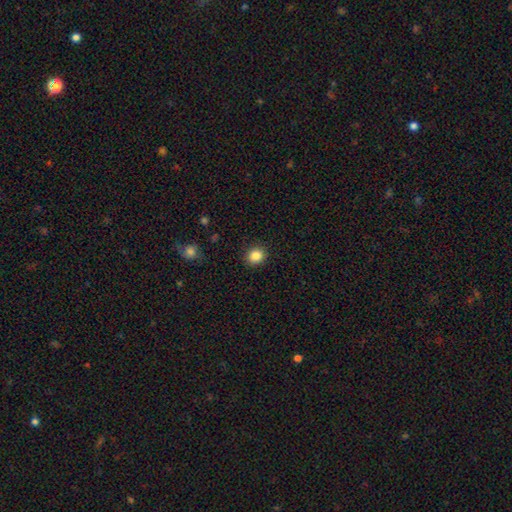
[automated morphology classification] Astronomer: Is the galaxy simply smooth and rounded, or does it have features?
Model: smooth — 87%.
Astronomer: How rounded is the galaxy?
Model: round — 80%.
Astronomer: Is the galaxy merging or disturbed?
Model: none — 90%.